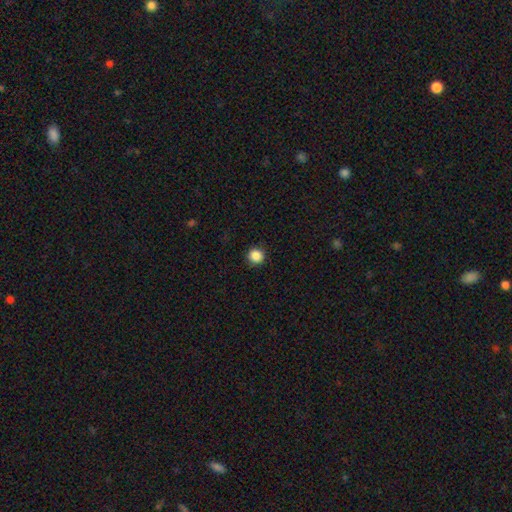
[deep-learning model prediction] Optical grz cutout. It shows a smooth galaxy with no disk features (87%) that is round (95%). Merging: none (91%).